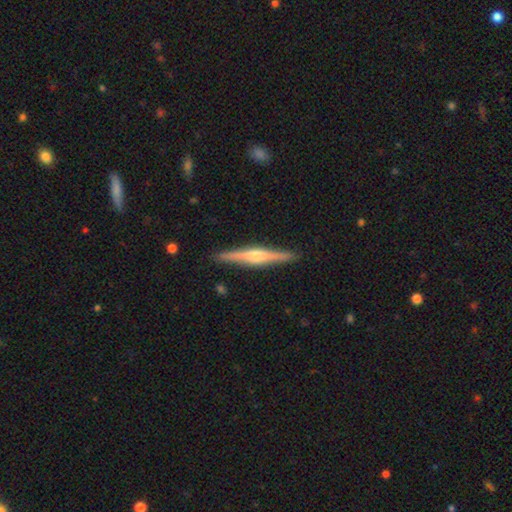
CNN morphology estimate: Overall: featured or disk (73%). Edge-on disk: yes (98%). Edge-on bulge: rounded (81%). Merging: none (91%).